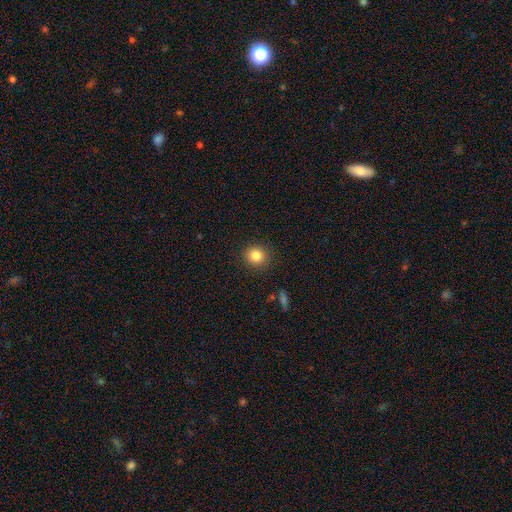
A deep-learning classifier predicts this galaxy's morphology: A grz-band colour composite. It shows a smooth galaxy with no disk features (83%) that is round (88%). Merging: none (90%).